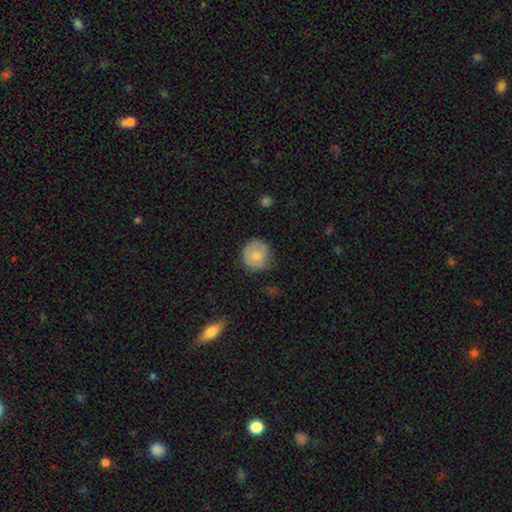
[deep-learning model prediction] smooth 72%, featured or disk 21%, star or artifact 7%. Down the decision tree: how rounded — round (88%); merging — none (63%).